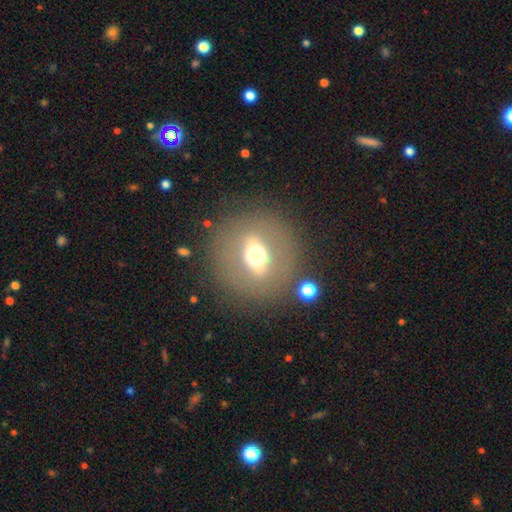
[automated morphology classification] Smooth or featured? featured or disk (48%)
Merging? none (83%)